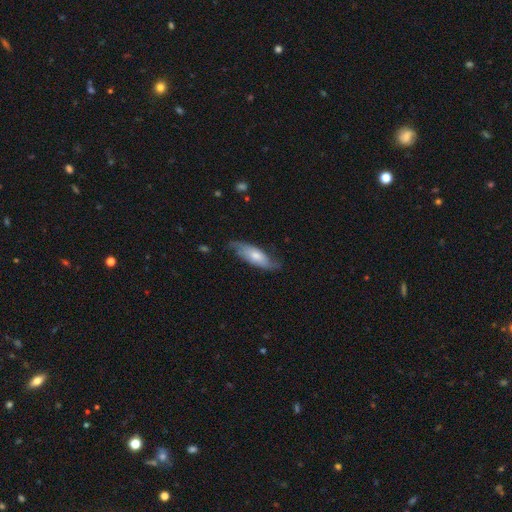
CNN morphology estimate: Smooth or featured? Predicted: smooth (p=0.47, tied with featured or disk). Merging? Predicted: none (p=0.66).